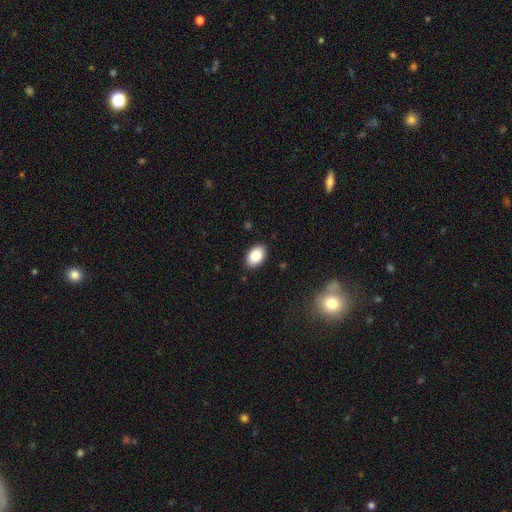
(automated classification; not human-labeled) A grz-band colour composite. It shows a smooth galaxy with no disk features (88%) that is in between round and cigar-shaped (89%). Merging: none (88%).